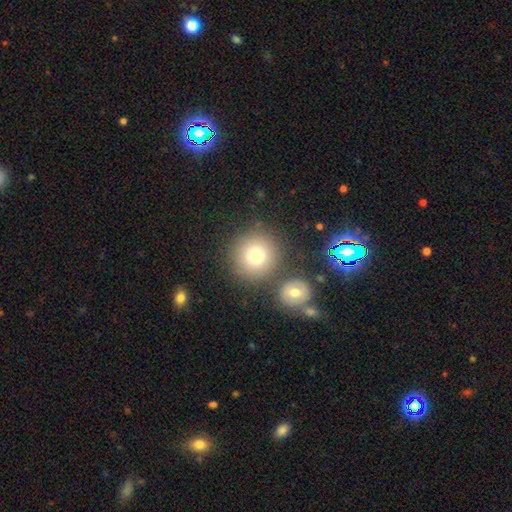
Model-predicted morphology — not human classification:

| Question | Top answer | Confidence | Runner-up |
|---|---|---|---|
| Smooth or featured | smooth | 77% | star or artifact (12%) |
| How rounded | round | 94% | in between (5%) |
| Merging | none | 76% | merger (12%) |